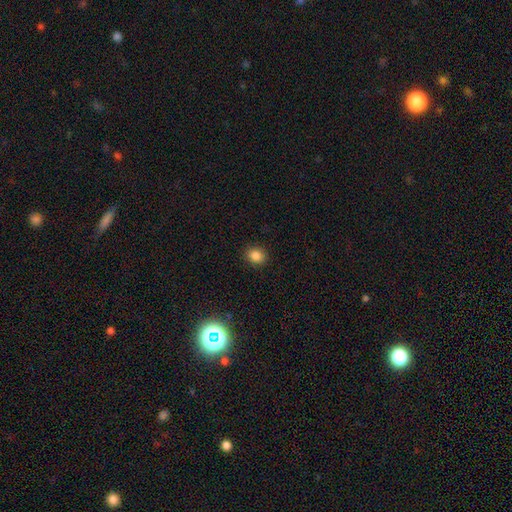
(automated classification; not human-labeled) smooth-or-featured: smooth: 84% | star or artifact: 12% | featured or disk: 4%
  how-rounded: round: 65% | in between: 34% | cigar-shaped: 1%
  merging: none: 89% | minor disturbance: 8% | major disturbance: 2% | merger: 1%